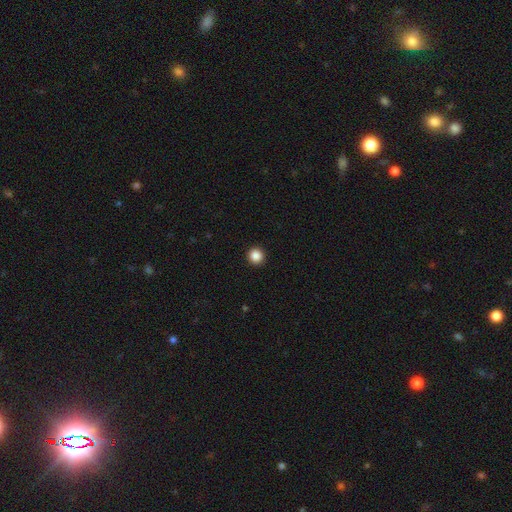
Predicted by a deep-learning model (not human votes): This appears to be a smooth galaxy with no disk features (87%) that is round (96%). Merging: none (94%).